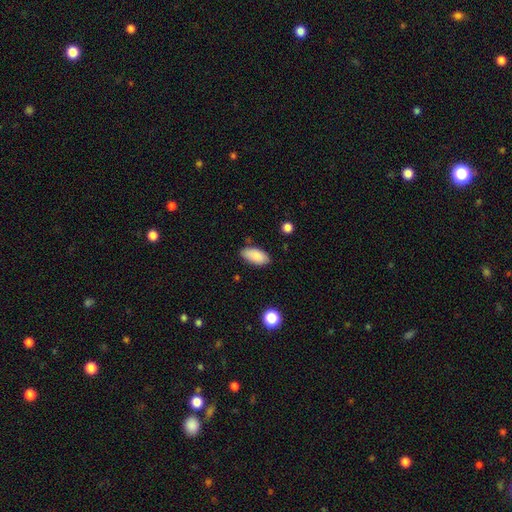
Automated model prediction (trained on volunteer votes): Smooth or featured: smooth — 88% (star or artifact — 7%)
How rounded: in between — 92% (cigar-shaped — 6%)
Merging: none — 82% (minor disturbance — 14%)